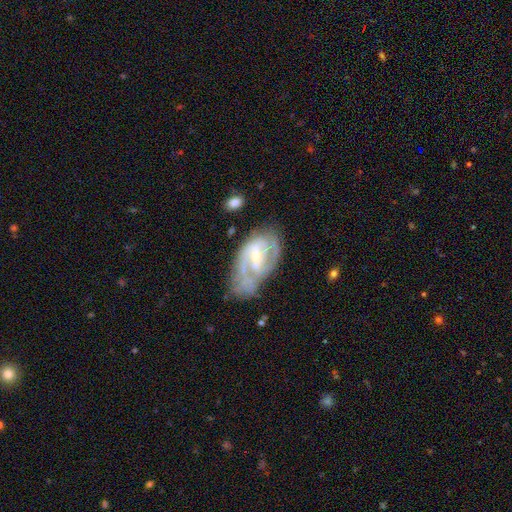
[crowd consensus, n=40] This appears to be a featured or disk galaxy (75%) with a weak bar (53%), 2 (83%) medium (55%) spiral arms (97%) and a small central bulge (67%). Merging: none (62%).